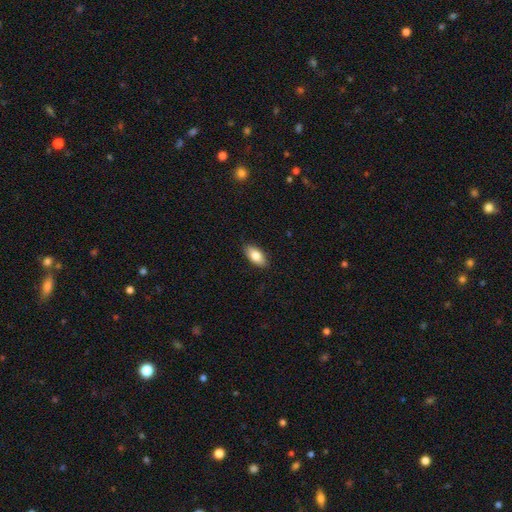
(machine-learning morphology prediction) A smooth galaxy with no disk features (81%) that is in between round and cigar-shaped (91%). Merging: none (89%).